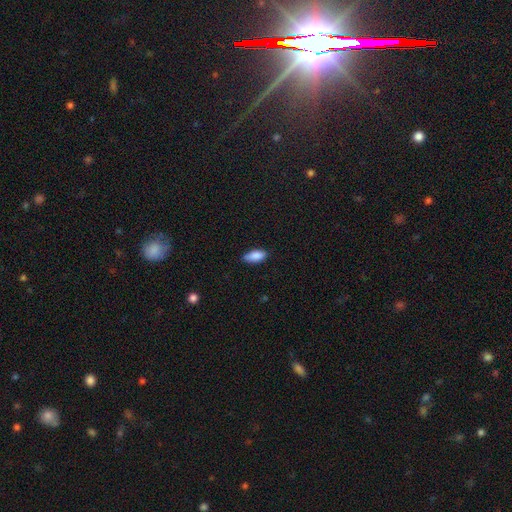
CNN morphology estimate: A smooth galaxy with no disk features (88%) that is in between round and cigar-shaped (88%).

Vote fractions:
- Smooth or featured? smooth: 88% / star or artifact: 7% / featured or disk: 6%
- How rounded? in between: 88% / cigar-shaped: 10% / round: 2%
- Merging? none: 78% / minor disturbance: 18% / major disturbance: 3% / merger: 1%